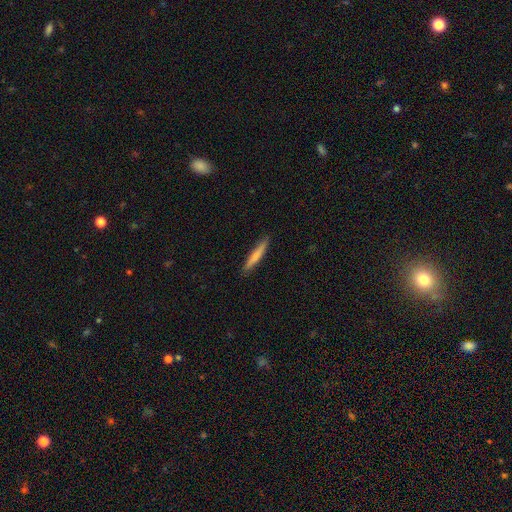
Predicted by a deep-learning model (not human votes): smooth_or_featured: smooth (p=0.74) [alt: featured or disk p=0.21]
how_rounded: cigar-shaped (p=0.94) [alt: in between p=0.05]
merging: none (p=0.89) [alt: minor disturbance p=0.08]